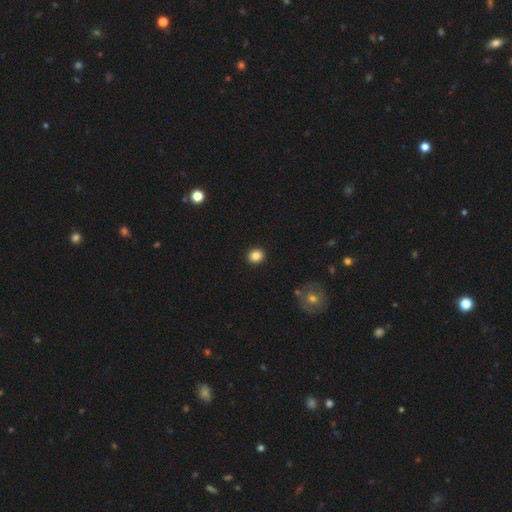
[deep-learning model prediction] Smooth or featured?
  - smooth: 85% *
  - star or artifact: 11%
  - featured or disk: 4%
How rounded?
  - round: 84% *
  - in between: 15%
  - cigar-shaped: 1%
Merging?
  - none: 92% *
  - minor disturbance: 5%
  - major disturbance: 2%
  - merger: 1%